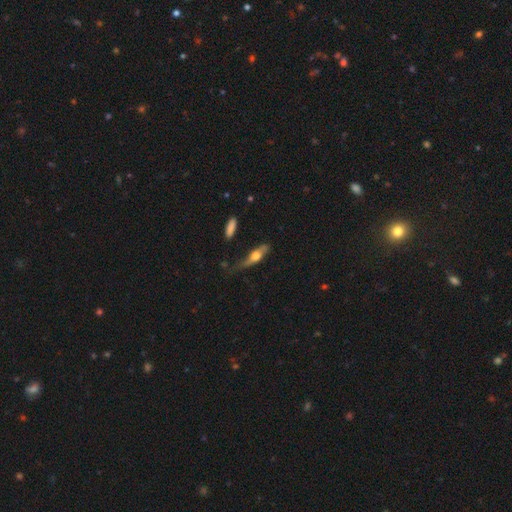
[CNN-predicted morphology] Smooth or featured? Predicted: smooth (p=0.47, tied with featured or disk). Merging? Predicted: none (p=0.47).